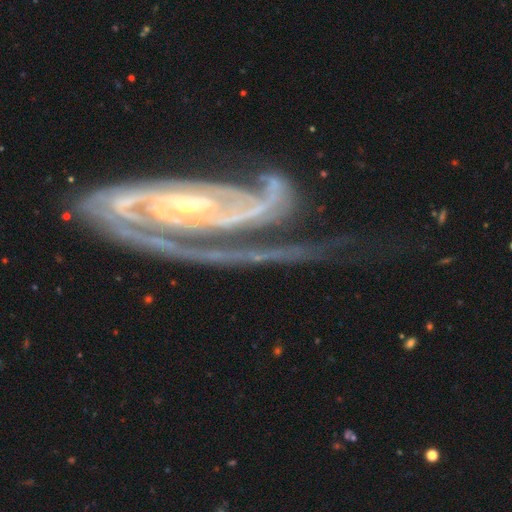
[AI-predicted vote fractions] smooth_or_featured: featured or disk (p=0.92) [alt: star or artifact p=0.05]
disk_edge_on: no (p=0.95) [alt: yes p=0.05]
bar: no (p=0.47) [alt: weak p=0.27]
has_spiral_arms: yes (p=0.98) [alt: no p=0.02]
spiral_winding: tight (p=0.61) [alt: medium p=0.32]
spiral_arm_count: 2 (p=0.58) [alt: 3 p=0.15]
bulge_size: small (p=0.80) [alt: moderate p=0.14]
merging: none (p=0.47) [alt: major disturbance p=0.26]